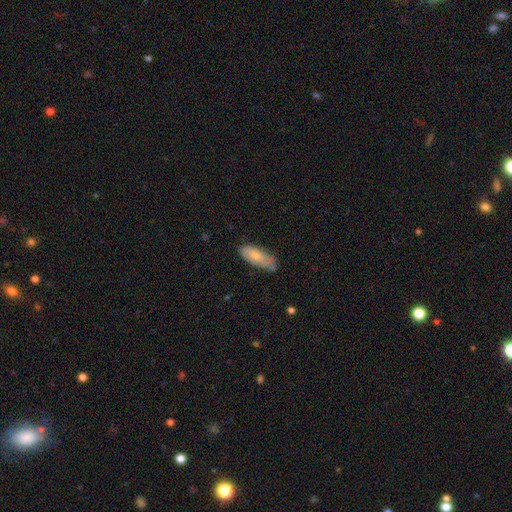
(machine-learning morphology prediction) A smooth galaxy with no disk features (74%) that is in between round and cigar-shaped (75%).

Vote fractions:
- Smooth or featured? smooth: 74% / featured or disk: 19% / star or artifact: 6%
- How rounded? in between: 75% / cigar-shaped: 24% / round: 2%
- Merging? none: 58% / minor disturbance: 32% / major disturbance: 6% / merger: 3%